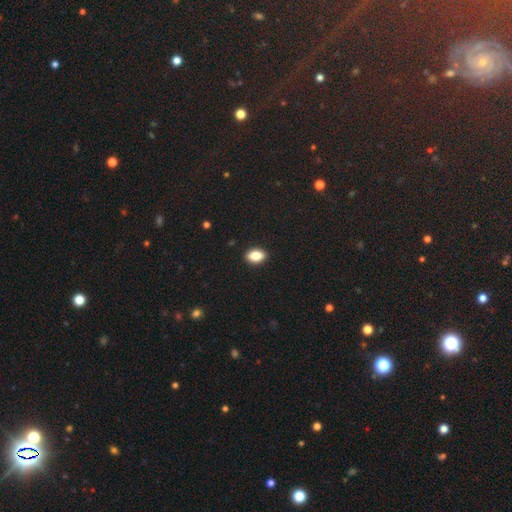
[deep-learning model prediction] Smooth or featured: smooth — 84% (star or artifact — 8%)
How rounded: in between — 86% (round — 12%)
Merging: none — 90% (minor disturbance — 7%)